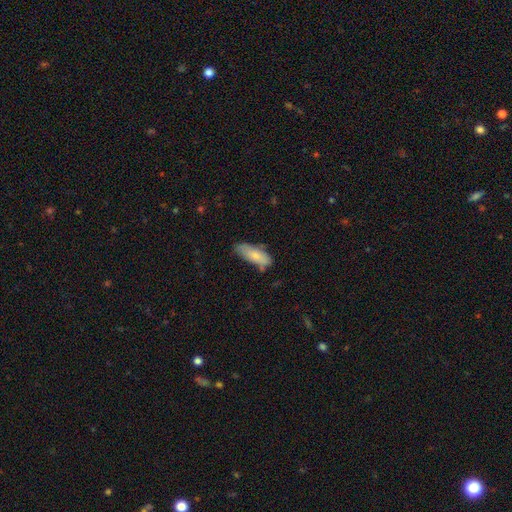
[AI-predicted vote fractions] Overall: smooth (77%). How rounded: in between (75%). Merging: none (63%; minor disturbance 27%).